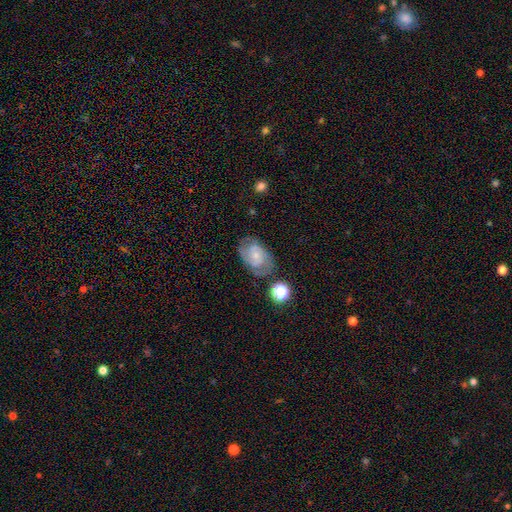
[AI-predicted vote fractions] Q: Smooth or featured?
A: featured or disk (70%); runner-up: smooth (22%)
Q: Edge-on disk?
A: no (97%); runner-up: yes (3%)
Q: Bar?
A: no (61%); runner-up: weak (33%)
Q: Spiral arms?
A: yes (91%); runner-up: no (9%)
Q: Spiral winding?
A: tight (45%); runner-up: medium (43%)
Q: Spiral arm count?
A: 2 (67%); runner-up: can't tell (18%)
Q: Bulge size?
A: small (65%); runner-up: moderate (23%)
Q: Merging?
A: none (68%); runner-up: minor disturbance (20%)